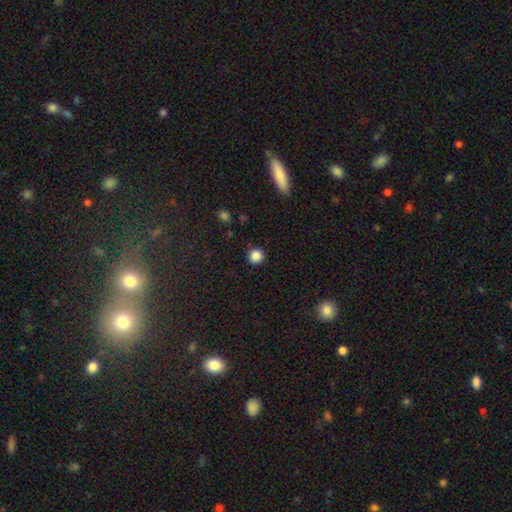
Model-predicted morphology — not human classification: A smooth galaxy with no disk features (86%) that is round (94%). Merging: none (89%).